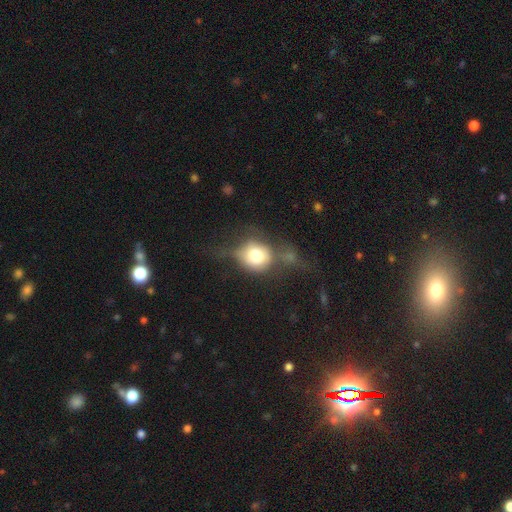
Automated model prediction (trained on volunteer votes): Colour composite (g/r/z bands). It shows a smooth galaxy with no disk features (61%) that is round (73%). Merging: none (39%).